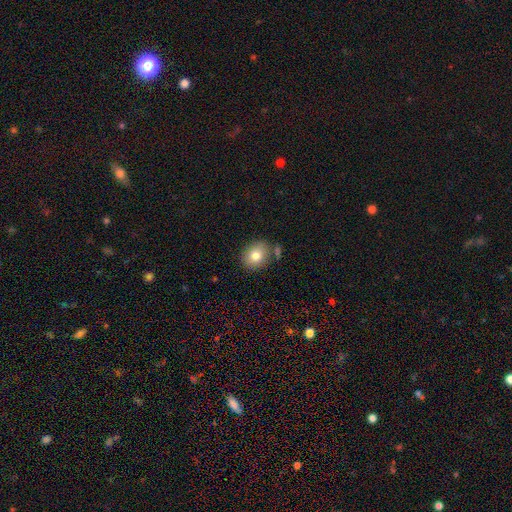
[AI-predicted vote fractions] Smooth or featured? Predicted: smooth (p=0.80). How rounded? Predicted: round (p=0.55). Merging? Predicted: none (p=0.76).